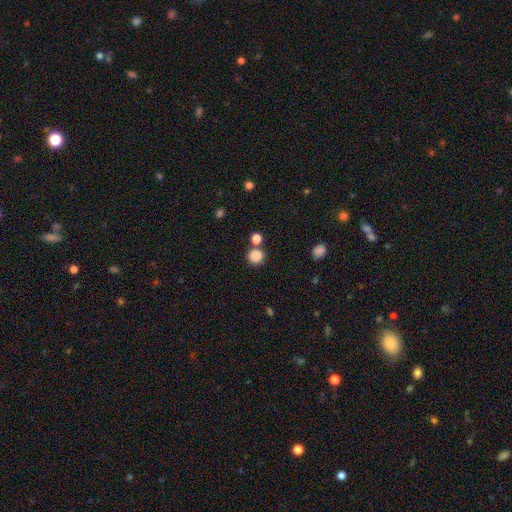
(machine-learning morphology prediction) Smooth or featured: smooth — 86% (star or artifact — 10%)
How rounded: round — 88% (in between — 11%)
Merging: none — 64% (merger — 24%)